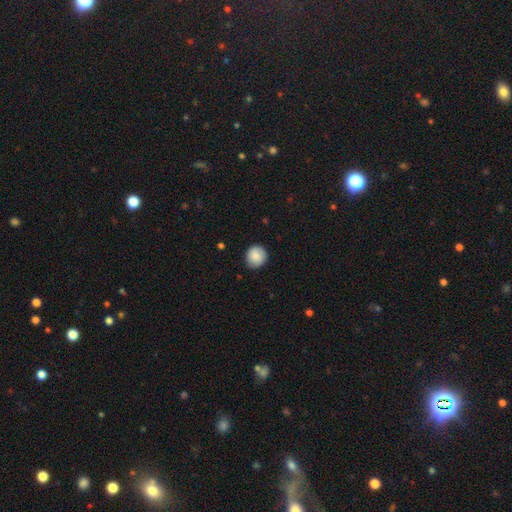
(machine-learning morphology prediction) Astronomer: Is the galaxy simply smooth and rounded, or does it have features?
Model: smooth — 86%.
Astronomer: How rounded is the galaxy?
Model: round — 88%.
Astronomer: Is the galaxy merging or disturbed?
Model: none — 85%.